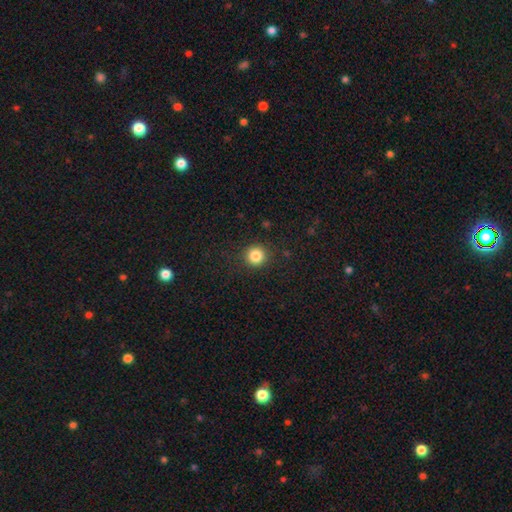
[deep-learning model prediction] smooth_or_featured: smooth (p=0.84) [alt: star or artifact p=0.11]
how_rounded: round (p=0.94) [alt: in between p=0.05]
merging: none (p=0.91) [alt: minor disturbance p=0.06]